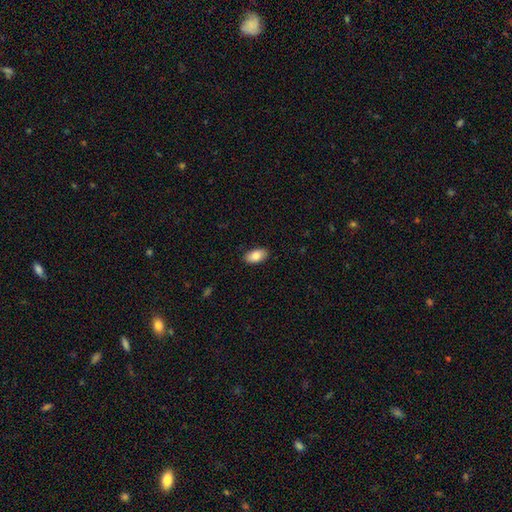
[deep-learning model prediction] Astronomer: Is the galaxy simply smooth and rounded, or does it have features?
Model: smooth — 85%.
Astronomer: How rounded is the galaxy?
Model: in between — 94%.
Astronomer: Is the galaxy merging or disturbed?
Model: none — 88%.